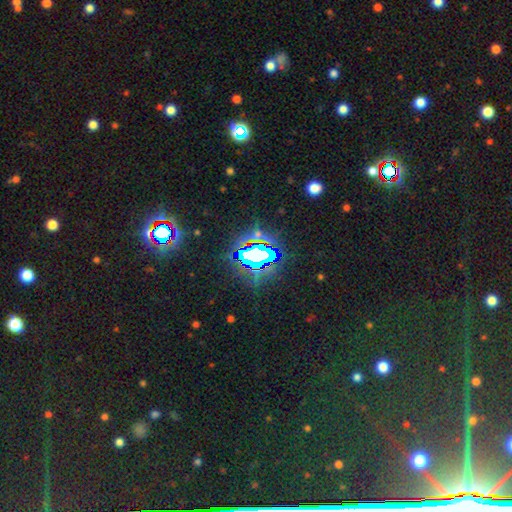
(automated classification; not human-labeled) Smooth or featured: star or artifact — 74% (smooth — 15%)